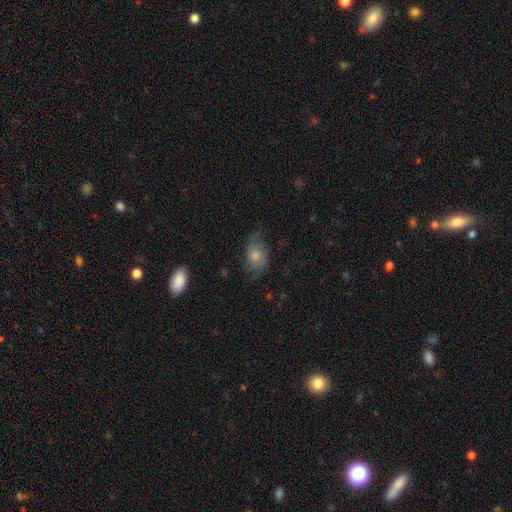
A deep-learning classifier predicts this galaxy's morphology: A smooth galaxy with no disk features (60%) that is in between round and cigar-shaped (83%). Merging: none (57%).